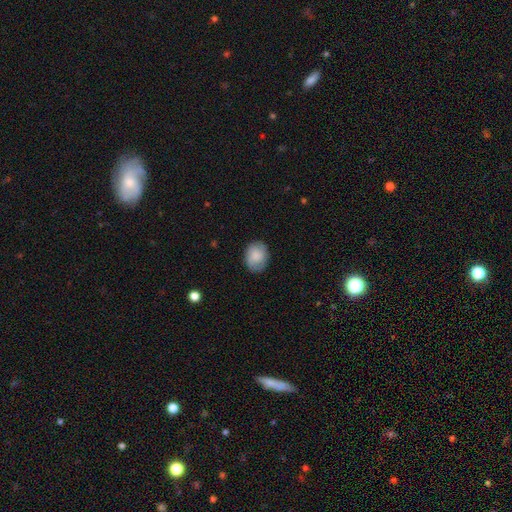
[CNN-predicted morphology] Smooth or featured? Predicted: smooth (p=0.74). How rounded? Predicted: in between (p=0.60). Merging? Predicted: none (p=0.81).